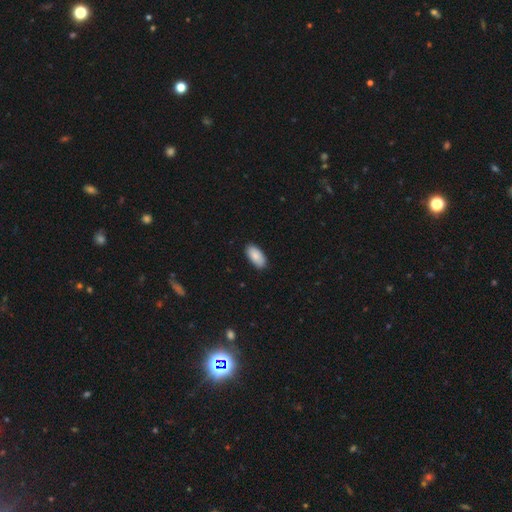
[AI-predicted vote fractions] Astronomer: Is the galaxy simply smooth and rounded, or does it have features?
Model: smooth — 88%.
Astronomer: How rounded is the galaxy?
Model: in between — 94%.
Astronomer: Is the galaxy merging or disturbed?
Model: none — 88%.